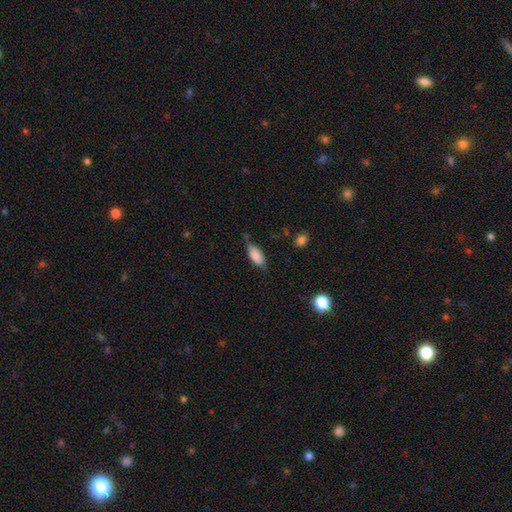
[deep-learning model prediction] Q: Smooth or featured?
A: smooth (79%); runner-up: featured or disk (14%)
Q: How rounded?
A: in between (82%); runner-up: cigar-shaped (16%)
Q: Merging?
A: none (61%); runner-up: minor disturbance (29%)